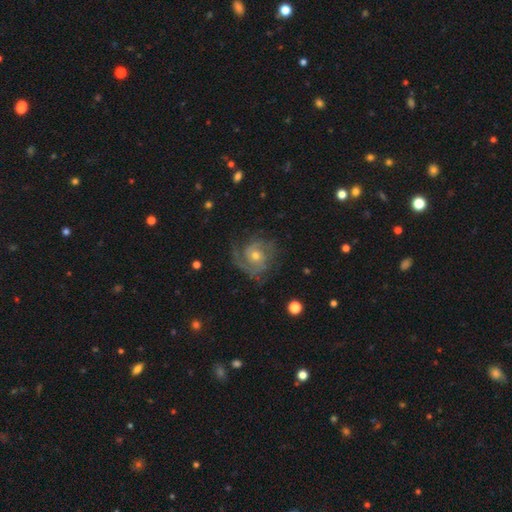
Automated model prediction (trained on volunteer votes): This appears to be a featured or disk galaxy (83%) with no bar (69%), 2 (43%) tight (47%) spiral arms (95%) and a moderate central bulge (53%). Merging: none (69%).